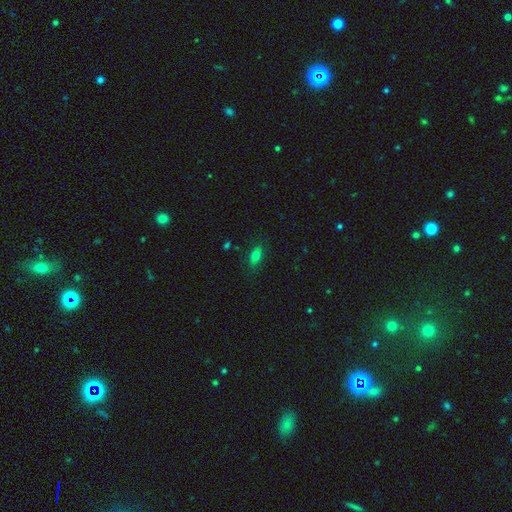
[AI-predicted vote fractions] Smooth or featured? Predicted: smooth (p=0.76). How rounded? Predicted: in between (p=0.82). Merging? Predicted: none (p=0.82).